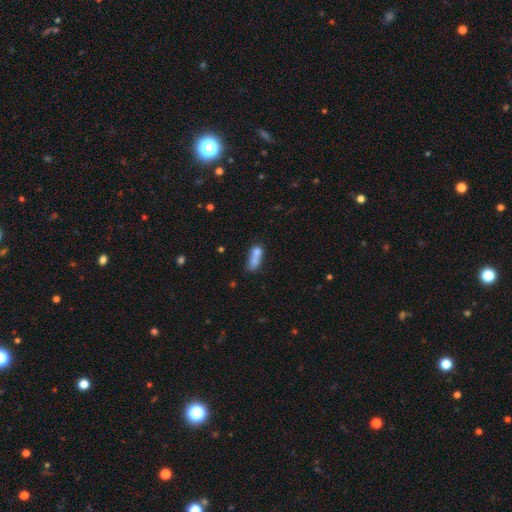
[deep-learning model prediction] This appears to be a smooth galaxy with no disk features (69%) that is in between round and cigar-shaped (63%). Merging: merger (60%).